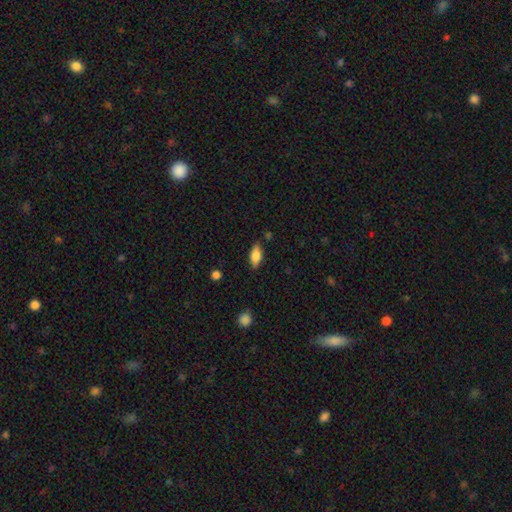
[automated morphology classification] Smooth or featured: smooth — 76% (featured or disk — 17%)
How rounded: in between — 82% (cigar-shaped — 15%)
Merging: none — 82% (minor disturbance — 14%)